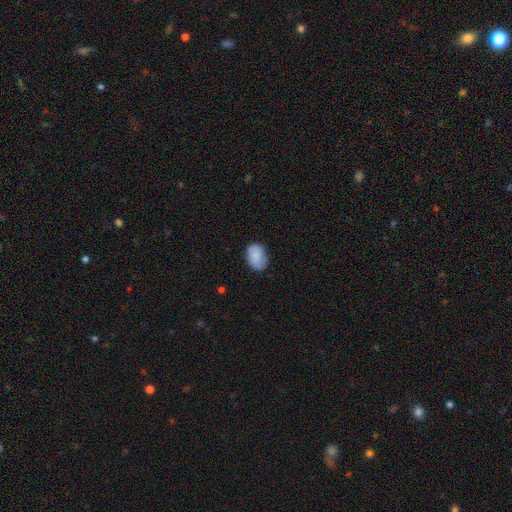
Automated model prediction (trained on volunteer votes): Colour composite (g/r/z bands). It shows a smooth galaxy with no disk features (85%) that is in between round and cigar-shaped (77%). Merging: none (74%).